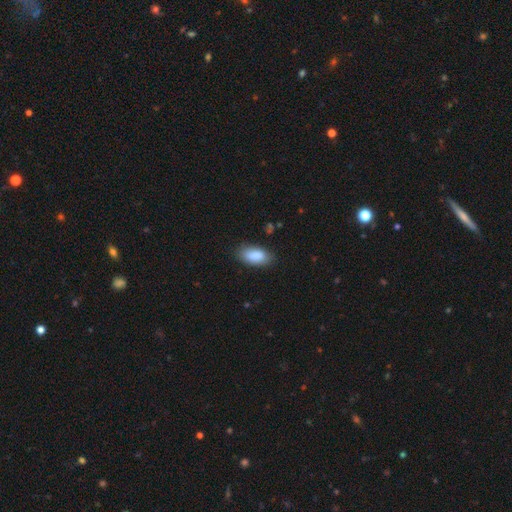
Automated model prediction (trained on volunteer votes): Morphology: type=smooth (88%); roundness=in between (92%); merging=none (82%).